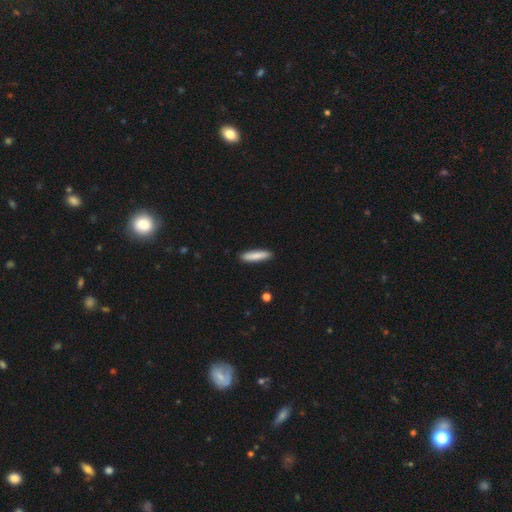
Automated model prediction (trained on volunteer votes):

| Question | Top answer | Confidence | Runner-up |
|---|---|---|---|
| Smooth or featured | smooth | 83% | featured or disk (11%) |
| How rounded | cigar-shaped | 81% | in between (18%) |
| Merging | none | 89% | minor disturbance (8%) |